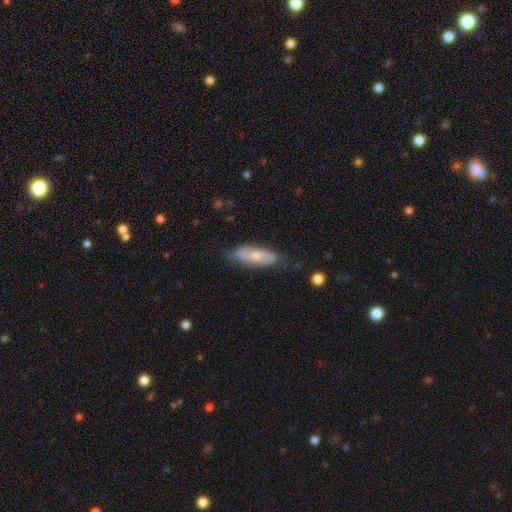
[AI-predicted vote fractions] Smooth or featured? Predicted: smooth (p=0.60). How rounded? Predicted: in between (p=0.58). Merging? Predicted: none (p=0.74).